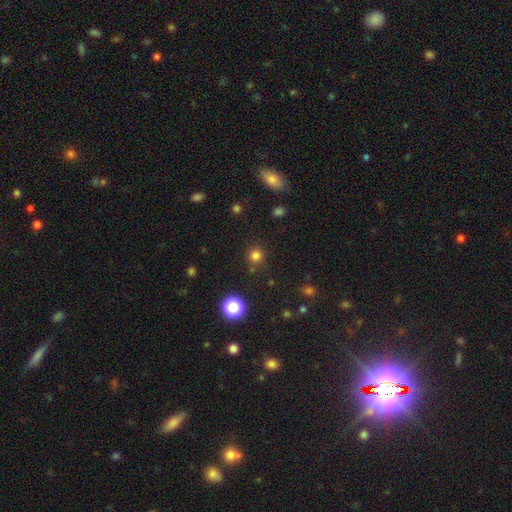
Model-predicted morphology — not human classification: smooth_or_featured: smooth (p=0.79) [alt: star or artifact p=0.17]
how_rounded: round (p=0.92) [alt: in between p=0.07]
merging: none (p=0.85) [alt: minor disturbance p=0.08]